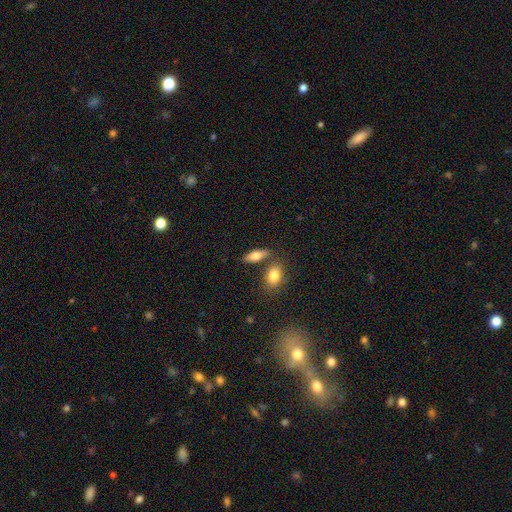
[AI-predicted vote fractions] Morphology: type=smooth (75%); roundness=in between (76%); merging=none (69%).